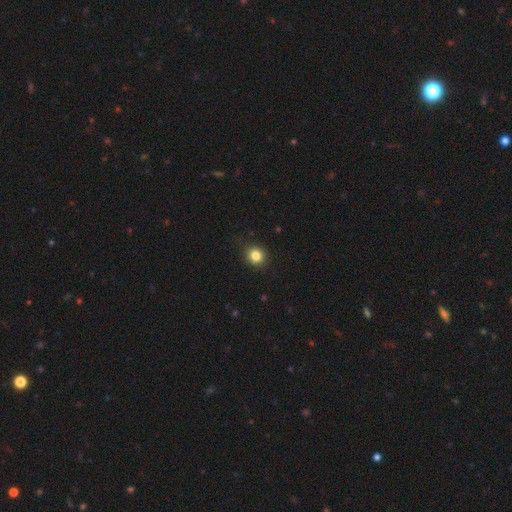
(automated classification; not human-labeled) Smooth or featured: smooth — 83% (star or artifact — 12%)
How rounded: round — 84% (in between — 15%)
Merging: none — 89% (minor disturbance — 8%)